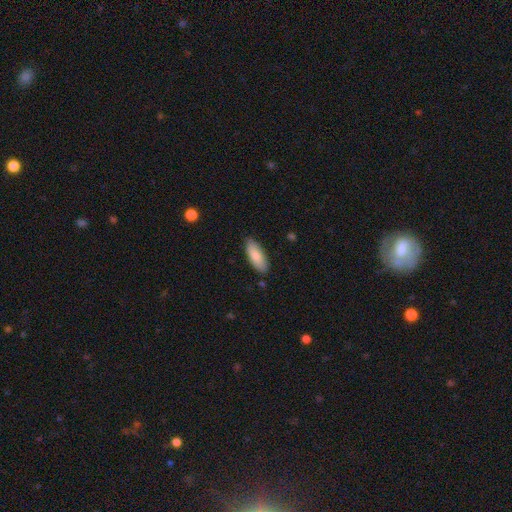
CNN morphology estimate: Smooth or featured? smooth (84%)
How rounded? in between (77%)
Merging? none (85%)